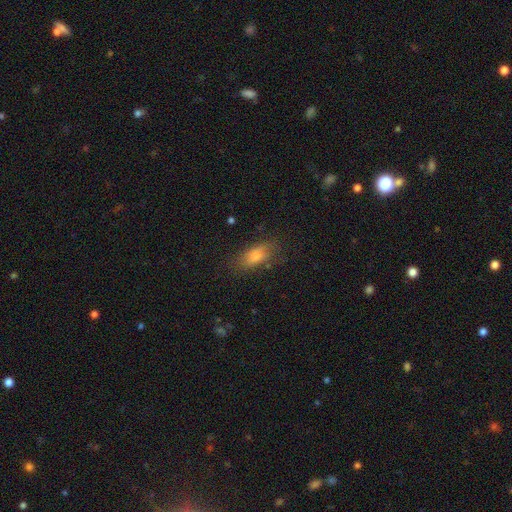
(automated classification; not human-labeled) smooth_or_featured: smooth (p=0.73) [alt: featured or disk p=0.16]
how_rounded: in between (p=0.75) [alt: cigar-shaped p=0.20]
merging: none (p=0.74) [alt: minor disturbance p=0.18]